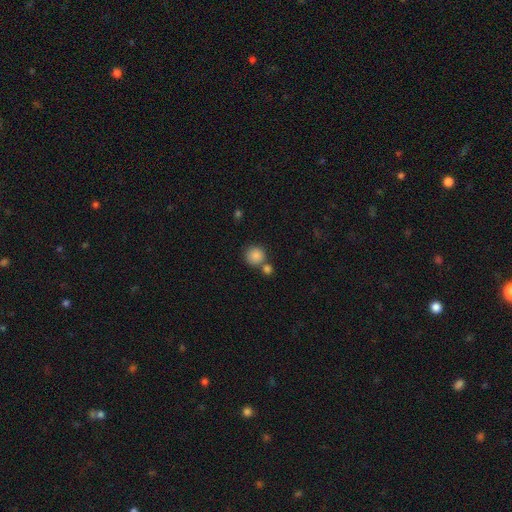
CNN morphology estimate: The model was most divided on "merging": none: 64%, merger: 25%, minor disturbance: 9%, major disturbance: 3%. More confident: how rounded — round (92%); smooth or featured — smooth (85%).